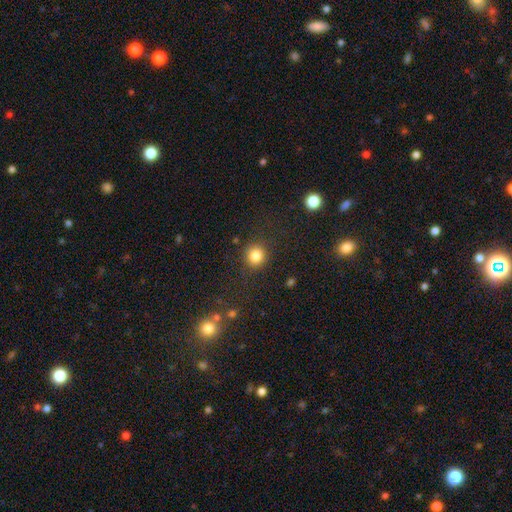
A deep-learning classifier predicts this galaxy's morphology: smooth 83%, star or artifact 12%, featured or disk 5%. Down the decision tree: how rounded — round (88%); merging — none (86%).